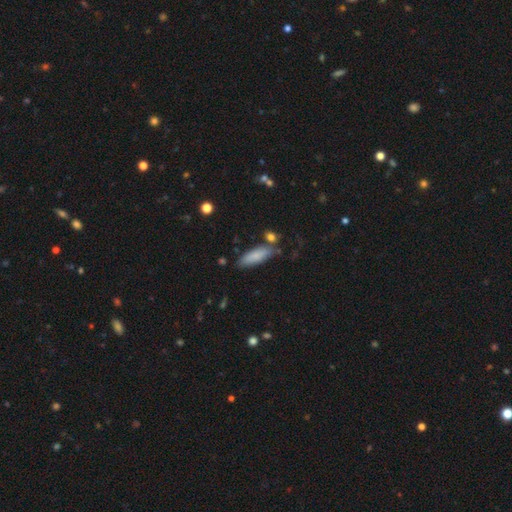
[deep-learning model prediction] Smooth or featured?
  - smooth: 82% *
  - featured or disk: 11%
  - star or artifact: 7%
How rounded?
  - in between: 53% *
  - cigar-shaped: 46%
  - round: 2%
Merging?
  - none: 72% *
  - minor disturbance: 17%
  - merger: 6%
  - major disturbance: 4%